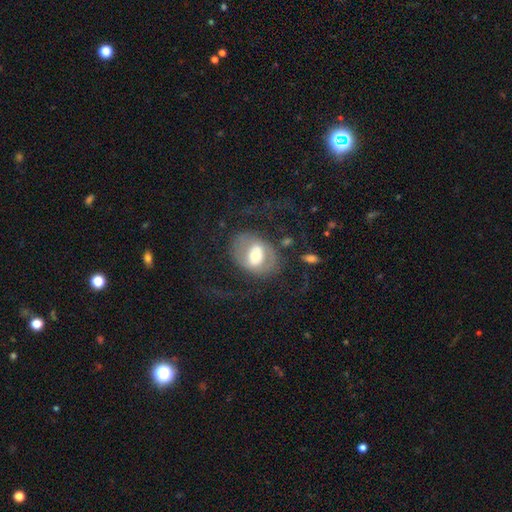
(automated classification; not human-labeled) Smooth or featured? featured or disk (55%)
Edge-on disk? no (95%)
Bar? no (45%)
Spiral arms? no (57%)
Bulge size? moderate (67%)
Merging? none (48%)